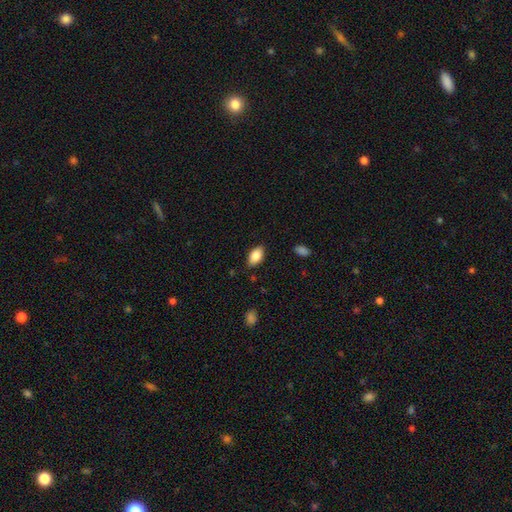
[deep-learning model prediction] Smooth or featured?
  - smooth: 86% *
  - star or artifact: 7%
  - featured or disk: 7%
How rounded?
  - in between: 93% *
  - round: 4%
  - cigar-shaped: 3%
Merging?
  - none: 85% *
  - minor disturbance: 11%
  - major disturbance: 2%
  - merger: 1%